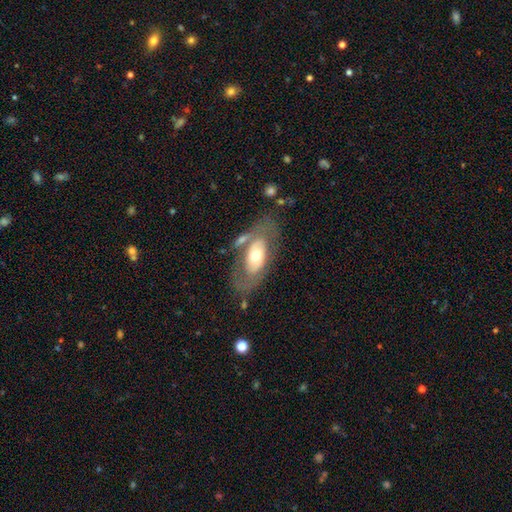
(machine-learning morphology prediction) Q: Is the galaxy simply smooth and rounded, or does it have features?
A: featured or disk — 54%.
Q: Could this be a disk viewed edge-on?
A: no — 86%.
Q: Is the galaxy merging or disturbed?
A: none — 58%.